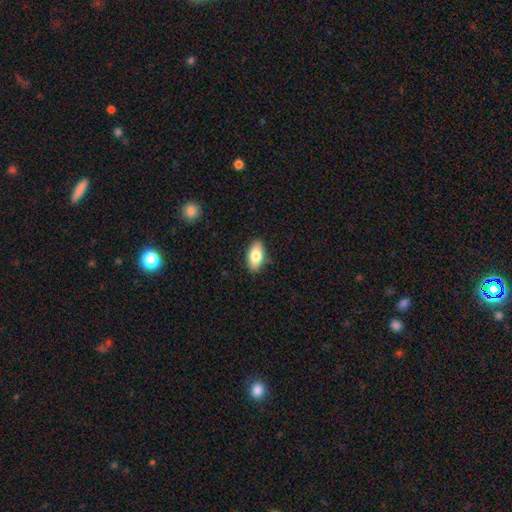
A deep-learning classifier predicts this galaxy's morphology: Smooth or featured?
  - smooth: 79% *
  - featured or disk: 14%
  - star or artifact: 7%
How rounded?
  - in between: 91% *
  - cigar-shaped: 5%
  - round: 4%
Merging?
  - none: 85% *
  - minor disturbance: 12%
  - major disturbance: 2%
  - merger: 1%